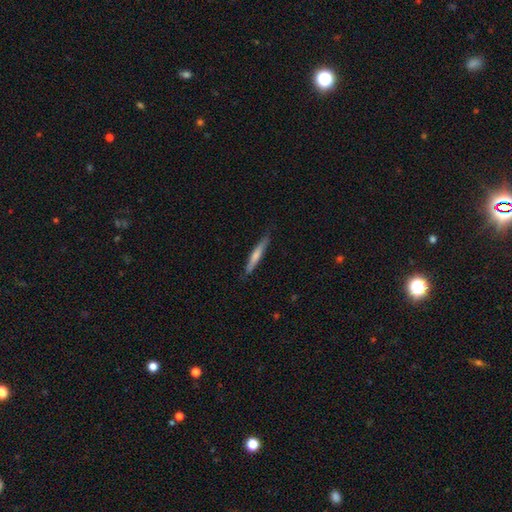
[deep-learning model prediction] This is likely a smooth galaxy (61%). How rounded: clearly cigar-shaped (95%). Merging: clearly none (84%).